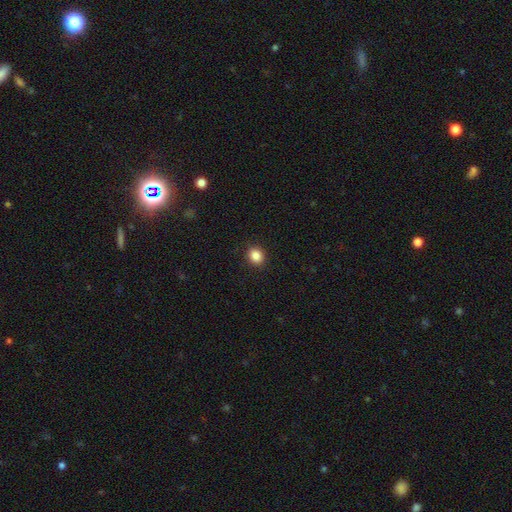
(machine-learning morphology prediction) A smooth galaxy with no disk features (86%) that is round (73%).

Vote fractions:
- Smooth or featured? smooth: 86% / star or artifact: 10% / featured or disk: 4%
- How rounded? round: 73% / in between: 26% / cigar-shaped: 1%
- Merging? none: 91% / minor disturbance: 6% / major disturbance: 2% / merger: 1%